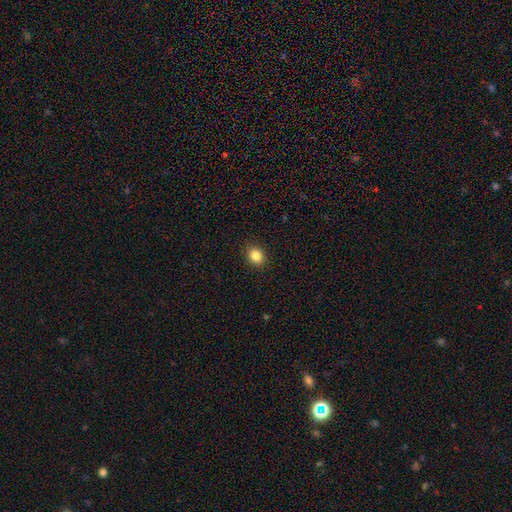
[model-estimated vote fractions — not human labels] The model was most divided on "how rounded": round: 61%, in between: 38%, cigar-shaped: 1%. More confident: merging — none (90%); smooth or featured — smooth (85%).